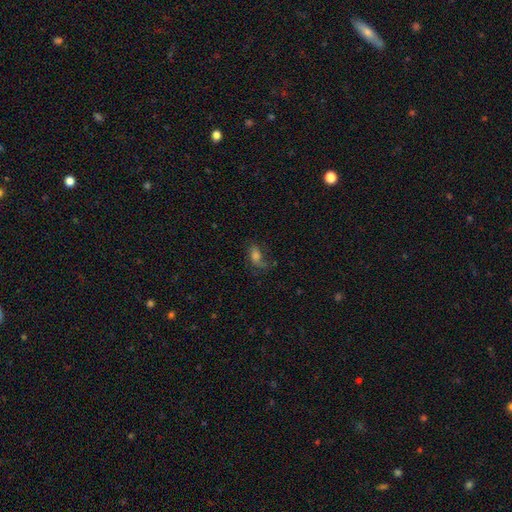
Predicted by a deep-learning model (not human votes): featured or disk 43%, smooth 41%, star or artifact 16%. Down the decision tree: merging — none (54%).